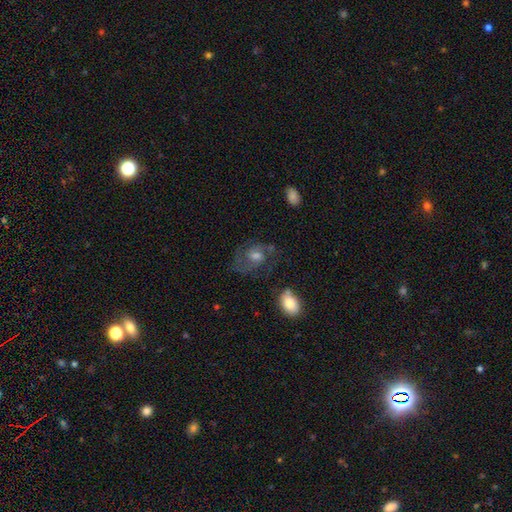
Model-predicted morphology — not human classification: Smooth or featured? Predicted: featured or disk (p=0.74). Edge-on disk? Predicted: no (p=0.97). Bar? Predicted: no (p=0.58). Spiral arms? Predicted: yes (p=0.91). Spiral winding? Predicted: medium (p=0.54). Spiral arm count? Predicted: 2 (p=0.76). Bulge size? Predicted: moderate (p=0.58). Merging? Predicted: none (p=0.63).